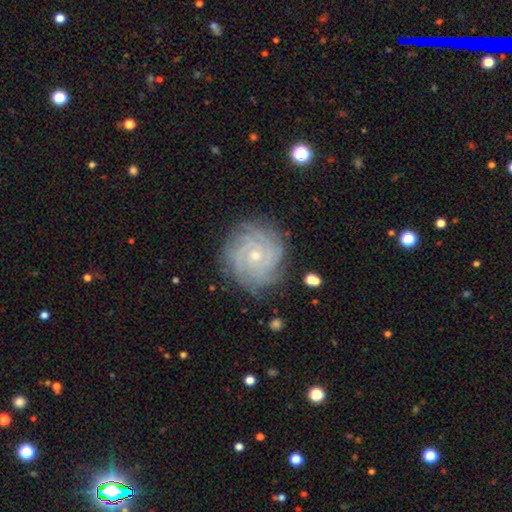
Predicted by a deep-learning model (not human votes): smooth_or_featured: featured or disk (p=0.87) [alt: smooth p=0.07]
disk_edge_on: no (p=0.98) [alt: yes p=0.02]
bar: no (p=0.74) [alt: weak p=0.21]
has_spiral_arms: yes (p=0.98) [alt: no p=0.02]
spiral_winding: tight (p=0.83) [alt: medium p=0.15]
spiral_arm_count: 4 (p=0.27) [alt: can't tell p=0.23]
bulge_size: small (p=0.65) [alt: moderate p=0.32]
merging: none (p=0.83) [alt: minor disturbance p=0.13]